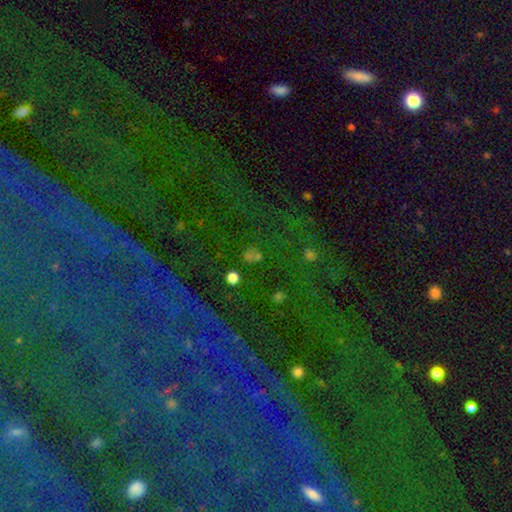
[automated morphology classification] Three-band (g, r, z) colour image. It shows a star or artifact, not a galaxy (65%).